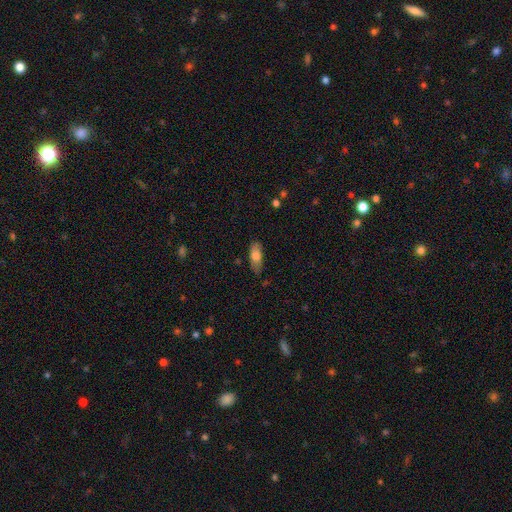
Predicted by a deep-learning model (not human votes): The model was most divided on "smooth or featured": smooth: 73%, featured or disk: 20%, star or artifact: 7%. More confident: merging — none (77%); how rounded — in between (76%).